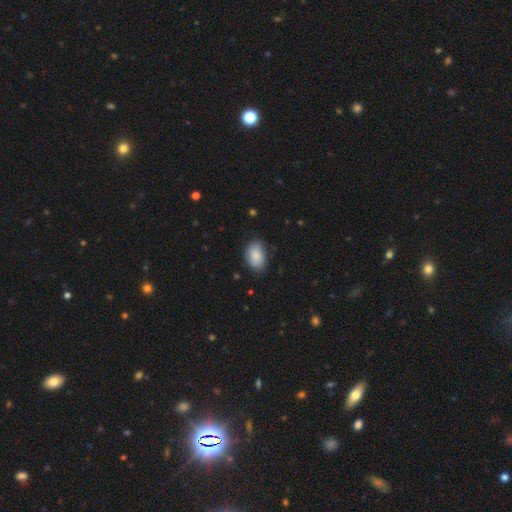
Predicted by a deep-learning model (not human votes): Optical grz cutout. It shows a smooth galaxy with no disk features (87%) that is in between round and cigar-shaped (87%). Merging: none (78%).